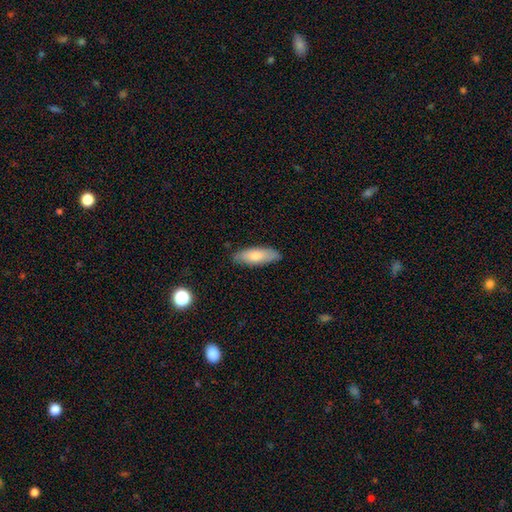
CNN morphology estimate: smooth-or-featured: smooth: 74% | featured or disk: 20% | star or artifact: 6%
  how-rounded: in between: 66% | cigar-shaped: 32% | round: 2%
  merging: none: 84% | minor disturbance: 13% | major disturbance: 2% | merger: 1%